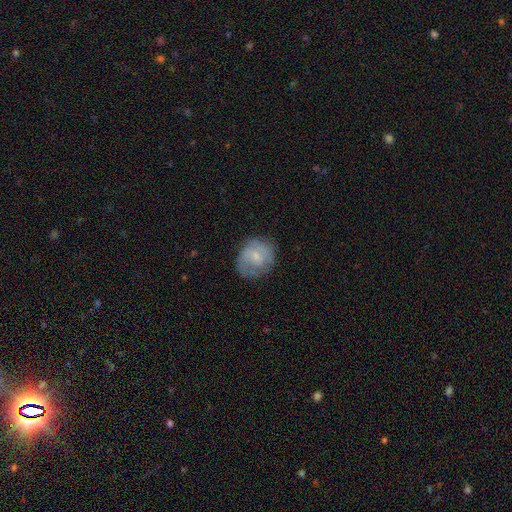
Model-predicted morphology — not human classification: Q: Smooth or featured?
A: smooth (54%); runner-up: featured or disk (39%)
Q: How rounded?
A: round (70%); runner-up: in between (29%)
Q: Merging?
A: none (61%); runner-up: minor disturbance (25%)